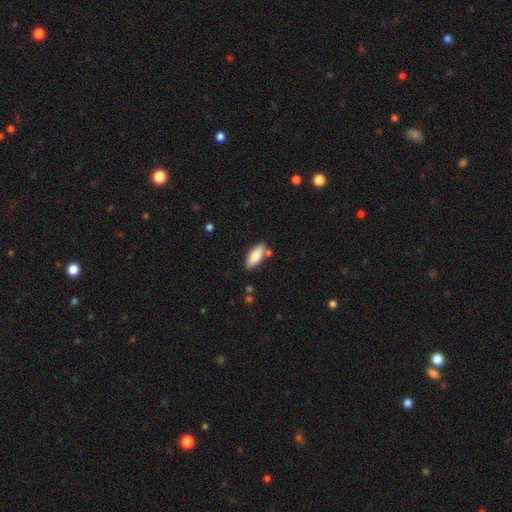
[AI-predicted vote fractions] A smooth galaxy with no disk features (84%) that is in between round and cigar-shaped (85%). Merging: none (77%).